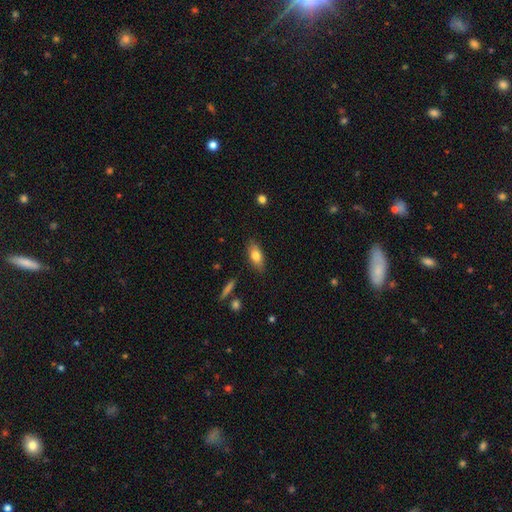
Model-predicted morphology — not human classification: Smooth or featured? smooth (78%)
How rounded? in between (82%)
Merging? none (85%)